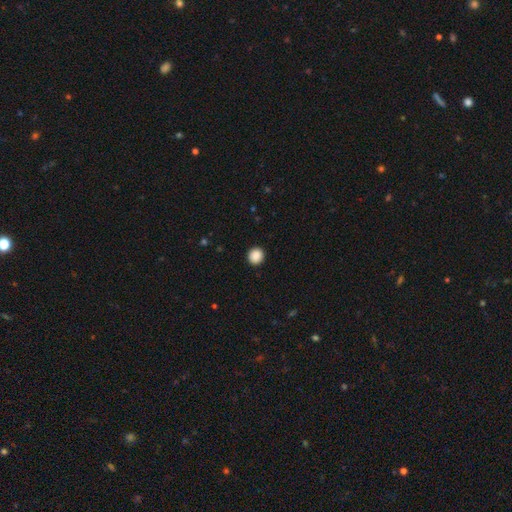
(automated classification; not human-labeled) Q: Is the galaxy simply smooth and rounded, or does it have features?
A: smooth — 89%.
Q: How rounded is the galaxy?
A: round — 90%.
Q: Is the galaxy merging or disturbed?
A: none — 93%.